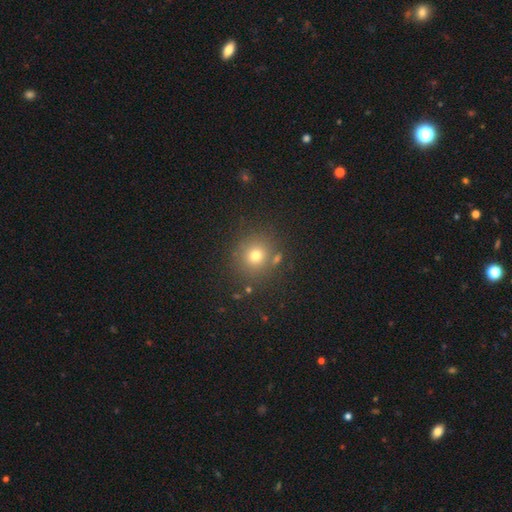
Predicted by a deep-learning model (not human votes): This is likely a smooth galaxy (72%). How rounded: clearly round (89%). Merging: clearly none (81%).